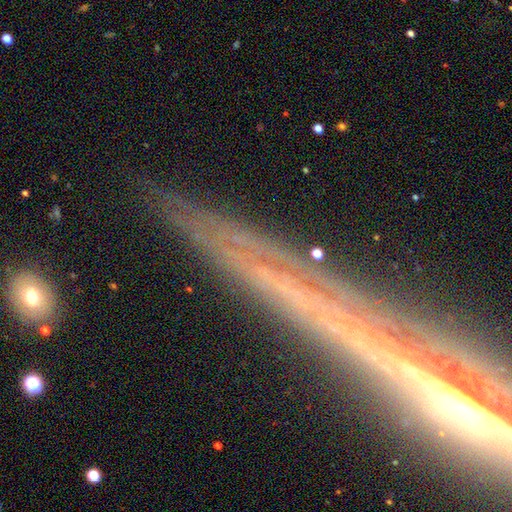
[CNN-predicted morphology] Smooth or featured? featured or disk (48%)
Merging? none (85%)